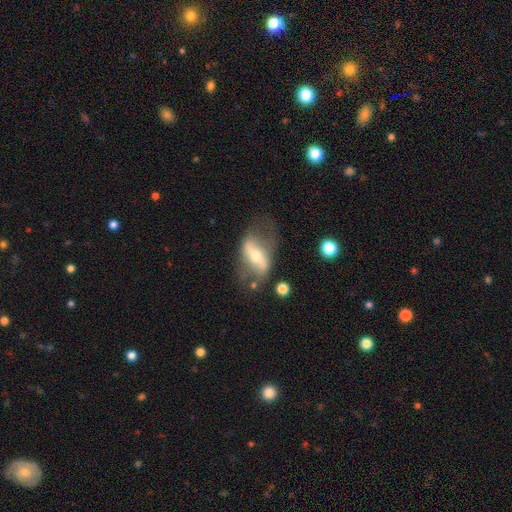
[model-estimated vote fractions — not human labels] Morphology: type=featured or disk (70%); edge-on=no (77%); bar=strong (61%); spiral arms=yes (55%); bulge=moderate (54%); merging=none (51%).